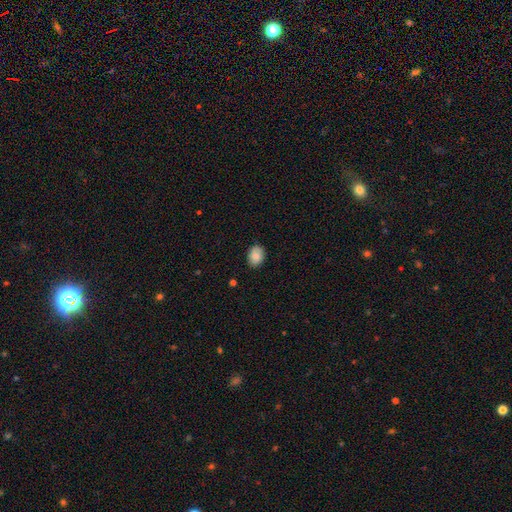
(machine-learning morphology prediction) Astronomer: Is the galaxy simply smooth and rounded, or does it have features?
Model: smooth — 86%.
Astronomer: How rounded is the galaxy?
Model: in between — 75%.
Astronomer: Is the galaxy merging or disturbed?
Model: none — 83%.